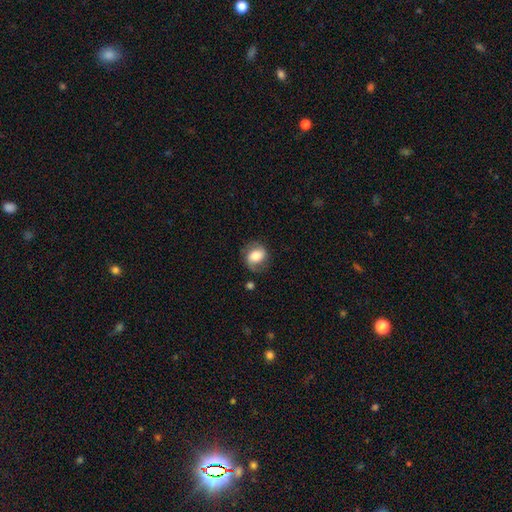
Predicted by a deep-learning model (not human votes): smooth 55%, featured or disk 36%, star or artifact 9%. Down the decision tree: how rounded — round (55%); merging — none (66%).